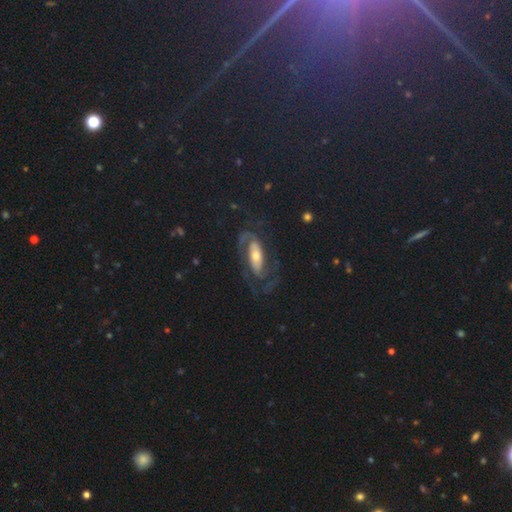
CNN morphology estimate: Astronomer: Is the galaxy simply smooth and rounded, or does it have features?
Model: featured or disk — 67%.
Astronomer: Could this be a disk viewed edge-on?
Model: no — 89%.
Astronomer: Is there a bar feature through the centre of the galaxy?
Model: no — 49% (runner-up: weak, 31%).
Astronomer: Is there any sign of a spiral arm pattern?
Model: yes — 84%.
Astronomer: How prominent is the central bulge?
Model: moderate — 56%.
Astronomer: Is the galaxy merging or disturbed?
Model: none — 63%.